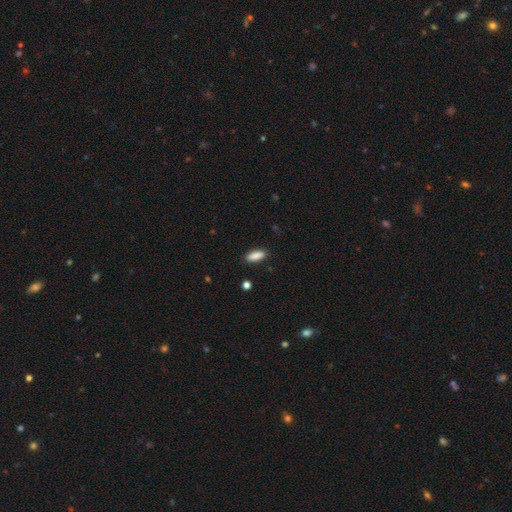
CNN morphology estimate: Smooth or featured?
  - smooth: 88% *
  - star or artifact: 7%
  - featured or disk: 5%
How rounded?
  - in between: 71% *
  - cigar-shaped: 27%
  - round: 2%
Merging?
  - none: 88% *
  - minor disturbance: 9%
  - major disturbance: 2%
  - merger: 1%